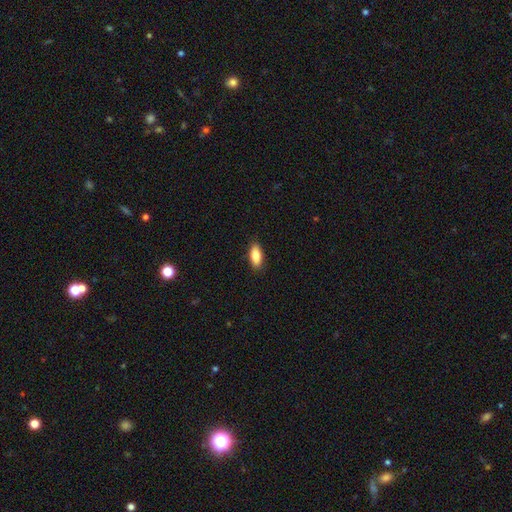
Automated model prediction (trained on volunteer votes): This appears to be a smooth galaxy with no disk features (85%) that is in between round and cigar-shaped (85%). Merging: none (88%).